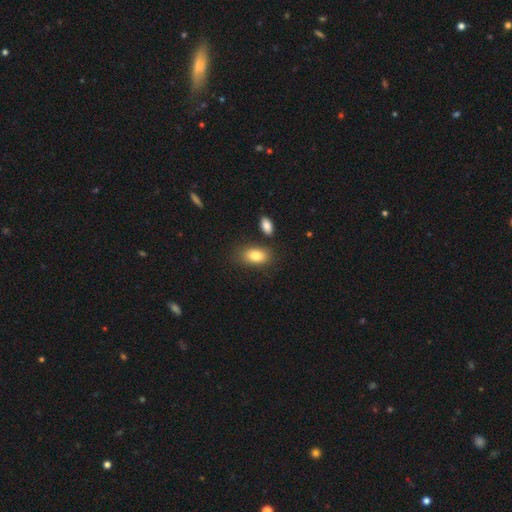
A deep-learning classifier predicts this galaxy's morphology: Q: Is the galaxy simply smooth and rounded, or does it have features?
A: smooth — 83%.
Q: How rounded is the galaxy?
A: in between — 89%.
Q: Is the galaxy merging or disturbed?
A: none — 75%.